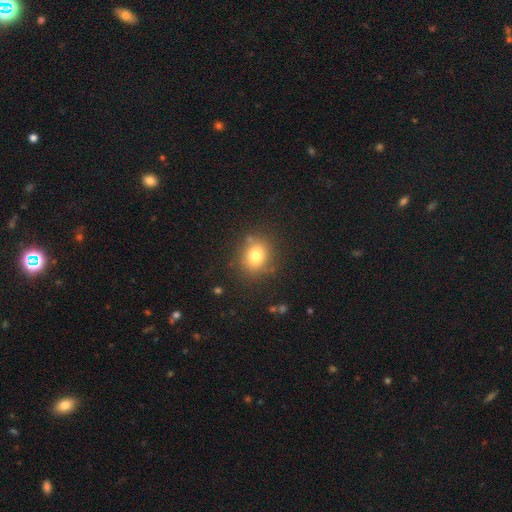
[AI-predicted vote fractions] This is likely a smooth galaxy (78%). How rounded: possibly round (59%). Merging: clearly none (81%).